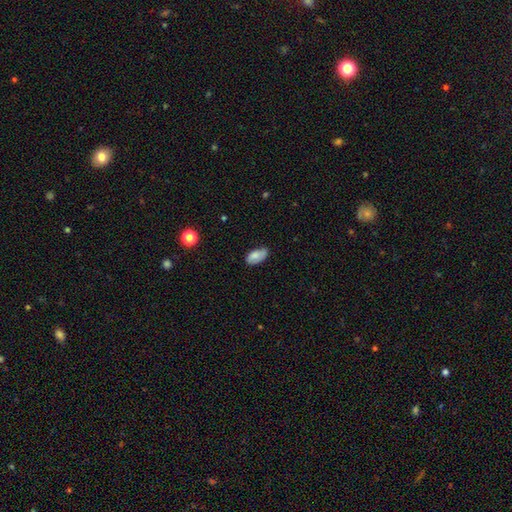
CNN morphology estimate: Overall: smooth (75%). How rounded: in between (94%). Merging: none (65%; minor disturbance 28%).